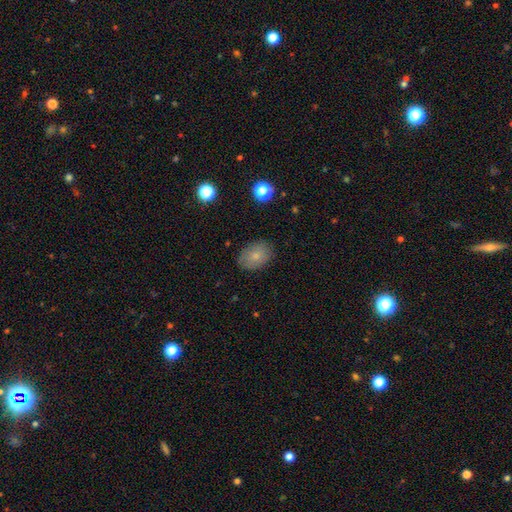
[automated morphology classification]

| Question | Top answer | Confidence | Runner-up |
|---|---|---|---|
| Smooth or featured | smooth | 78% | featured or disk (13%) |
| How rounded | in between | 74% | round (25%) |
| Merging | none | 83% | minor disturbance (12%) |